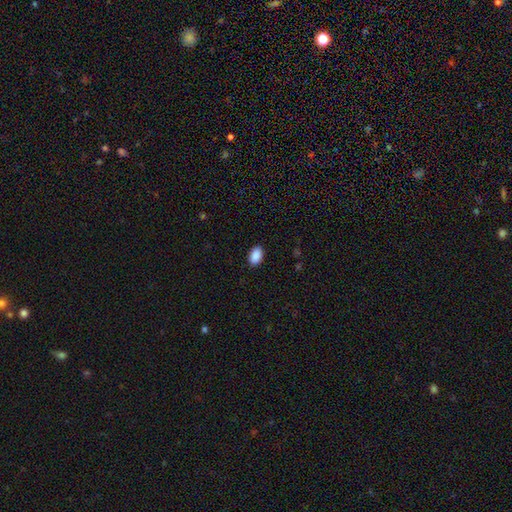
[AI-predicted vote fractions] smooth_or_featured: smooth (p=0.90) [alt: star or artifact p=0.07]
how_rounded: in between (p=0.91) [alt: round p=0.08]
merging: none (p=0.89) [alt: minor disturbance p=0.08]